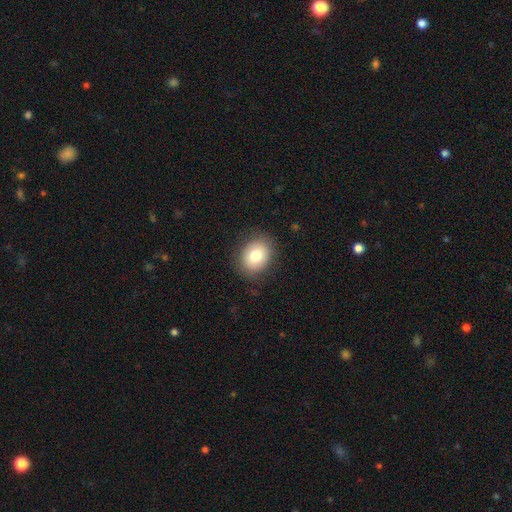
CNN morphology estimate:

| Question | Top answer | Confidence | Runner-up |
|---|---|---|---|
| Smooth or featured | smooth | 79% | featured or disk (12%) |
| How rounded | round | 54% | in between (45%) |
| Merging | none | 86% | minor disturbance (10%) |